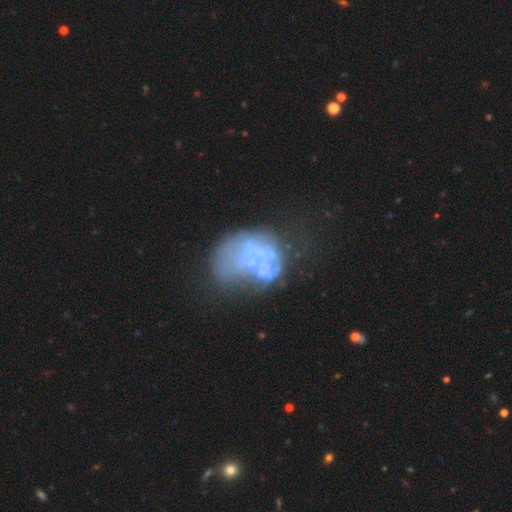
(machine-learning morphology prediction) This is possibly a featured or disk galaxy (58%). It is clearly not viewed edge-on (98%). Bar: clearly no (93%). Spiral arm pattern: clearly no (93%). Central bulge: clearly none (81%). Merging: marginally major disturbance (35%).